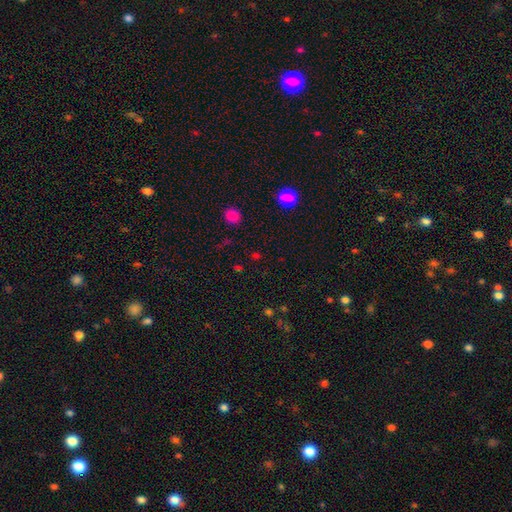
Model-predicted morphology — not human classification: smooth 50%, star or artifact 43%, featured or disk 6%. Down the decision tree: how rounded — round (76%); merging — none (82%).